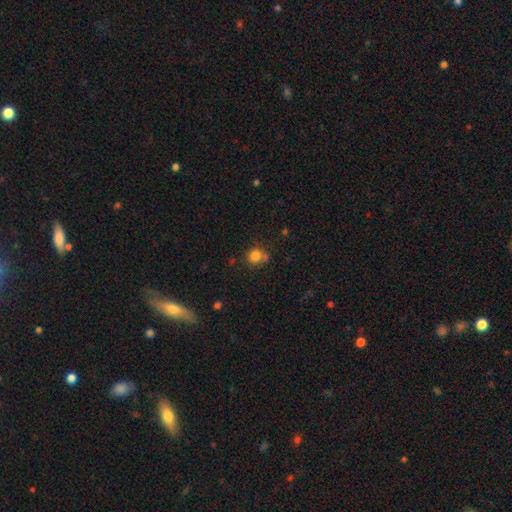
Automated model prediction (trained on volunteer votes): Q: Smooth or featured?
A: smooth (81%); runner-up: star or artifact (12%)
Q: How rounded?
A: round (88%); runner-up: in between (11%)
Q: Merging?
A: none (67%); runner-up: merger (16%)